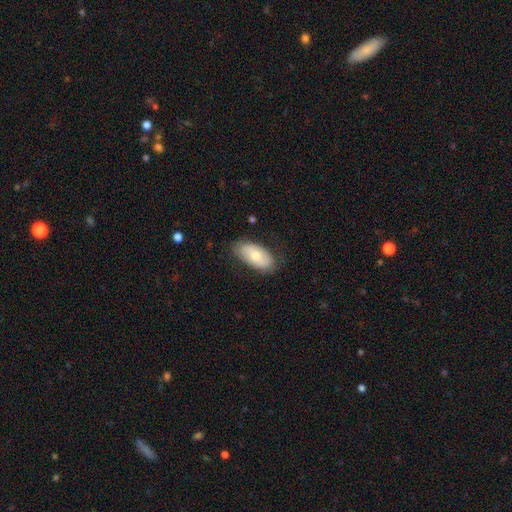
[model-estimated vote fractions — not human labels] Smooth or featured? Predicted: smooth (p=0.68). How rounded? Predicted: in between (p=0.93). Merging? Predicted: none (p=0.79).